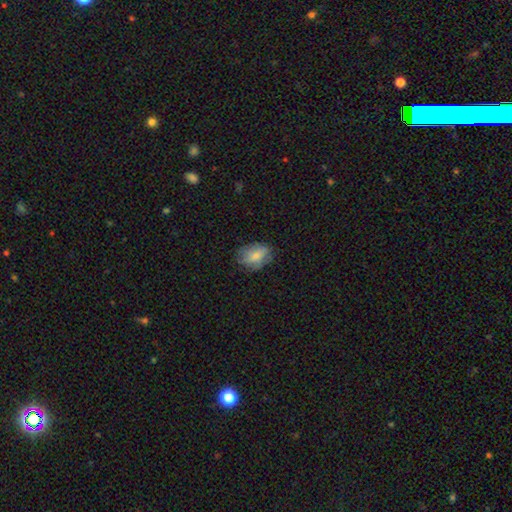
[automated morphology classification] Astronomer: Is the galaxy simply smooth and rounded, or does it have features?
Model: smooth — 70%.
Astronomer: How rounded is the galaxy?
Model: in between — 77%.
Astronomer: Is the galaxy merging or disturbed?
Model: none — 66%.